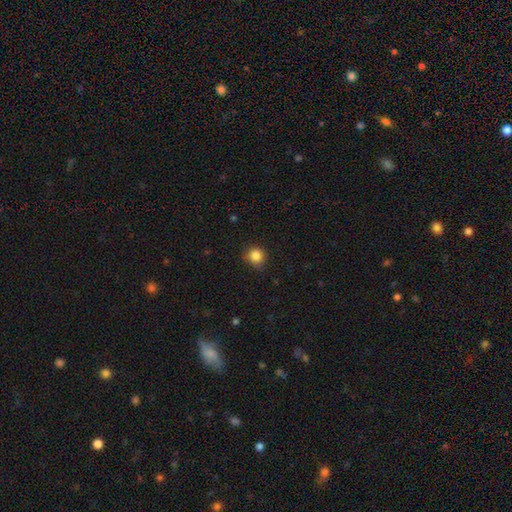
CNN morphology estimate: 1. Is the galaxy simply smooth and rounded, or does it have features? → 85% smooth, 11% star or artifact, 4% featured or disk.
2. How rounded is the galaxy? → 89% round, 10% in between, 1% cigar-shaped.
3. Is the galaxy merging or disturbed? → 81% none, 15% minor disturbance, 3% major disturbance, 1% merger.